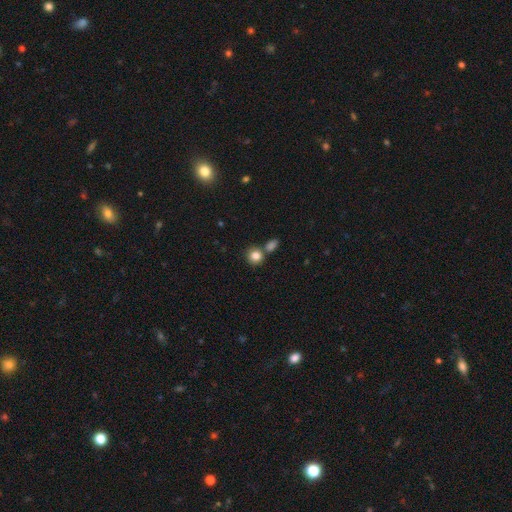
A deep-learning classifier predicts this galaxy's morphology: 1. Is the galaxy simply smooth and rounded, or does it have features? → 84% smooth, 10% star or artifact, 6% featured or disk.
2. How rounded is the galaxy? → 84% round, 14% in between, 1% cigar-shaped.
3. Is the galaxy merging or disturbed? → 64% none, 23% merger, 10% minor disturbance, 3% major disturbance.